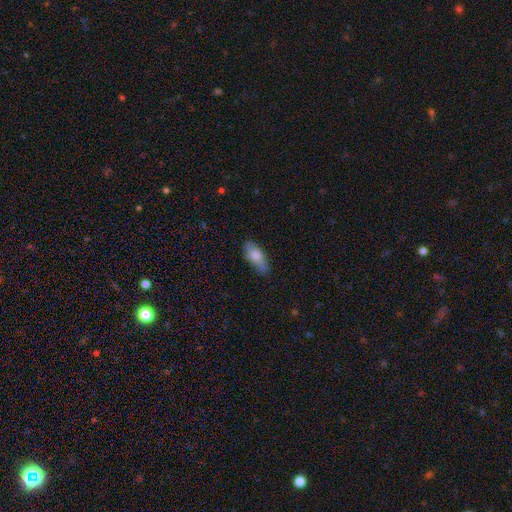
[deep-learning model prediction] Smooth or featured?
  - smooth: 77% *
  - featured or disk: 16%
  - star or artifact: 6%
How rounded?
  - in between: 81% *
  - cigar-shaped: 17%
  - round: 3%
Merging?
  - none: 71% *
  - minor disturbance: 22%
  - major disturbance: 5%
  - merger: 2%